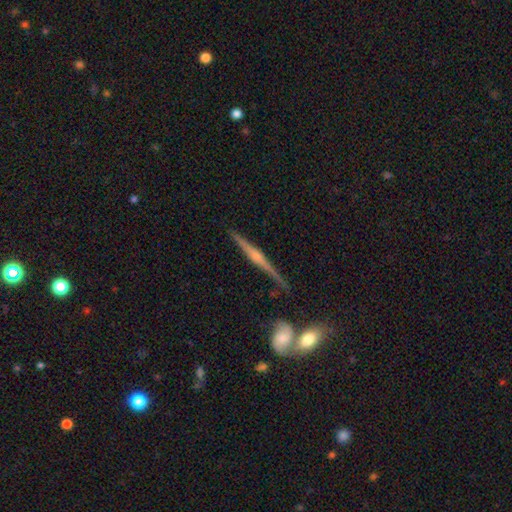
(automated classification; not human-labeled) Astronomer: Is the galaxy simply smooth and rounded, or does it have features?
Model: featured or disk — 81%.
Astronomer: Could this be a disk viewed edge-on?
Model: yes — 97%.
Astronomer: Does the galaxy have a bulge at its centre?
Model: rounded — 81%.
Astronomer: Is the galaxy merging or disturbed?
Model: none — 84%.